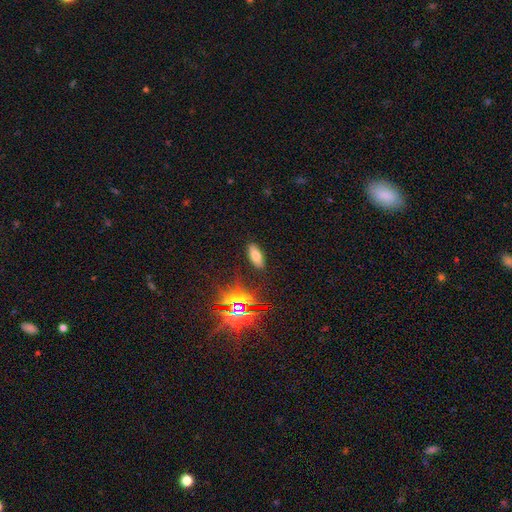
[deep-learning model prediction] Smooth or featured?
  - smooth: 63% *
  - star or artifact: 23%
  - featured or disk: 14%
How rounded?
  - in between: 79% *
  - cigar-shaped: 17%
  - round: 4%
Merging?
  - none: 89% *
  - minor disturbance: 7%
  - major disturbance: 2%
  - merger: 1%